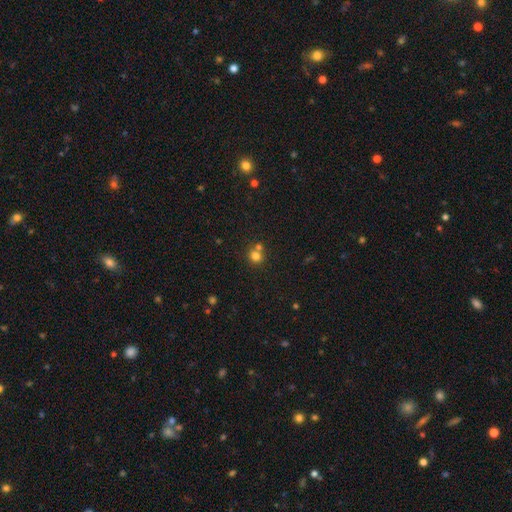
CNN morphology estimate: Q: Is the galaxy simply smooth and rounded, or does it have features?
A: smooth — 76%.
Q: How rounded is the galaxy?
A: round — 85%.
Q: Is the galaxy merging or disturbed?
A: none — 55%.